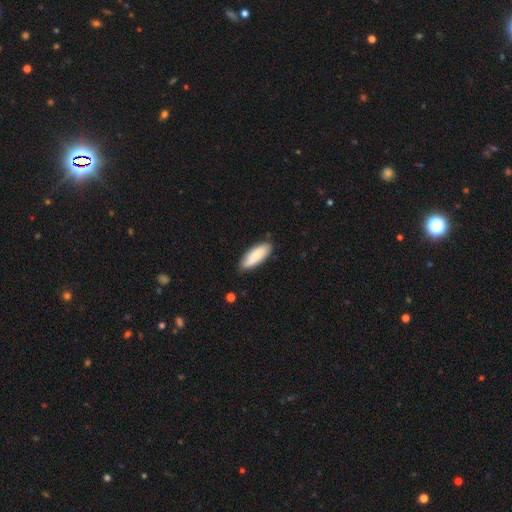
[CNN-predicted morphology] smooth_or_featured: smooth (p=0.75) [alt: featured or disk p=0.19]
how_rounded: in between (p=0.73) [alt: cigar-shaped p=0.25]
merging: none (p=0.82) [alt: minor disturbance p=0.14]